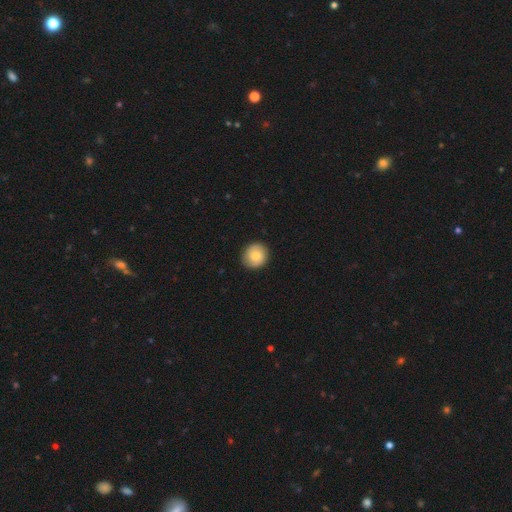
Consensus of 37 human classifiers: This is likely a smooth galaxy (78%). How rounded: clearly round (93%). Merging: clearly none (89%).